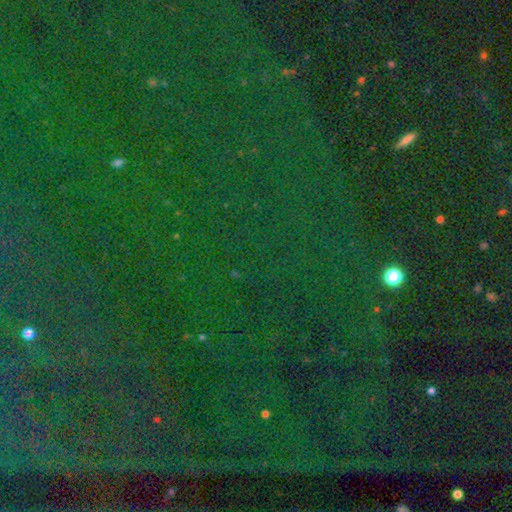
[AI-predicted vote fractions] Q: Smooth or featured?
A: star or artifact (82%); runner-up: smooth (11%)